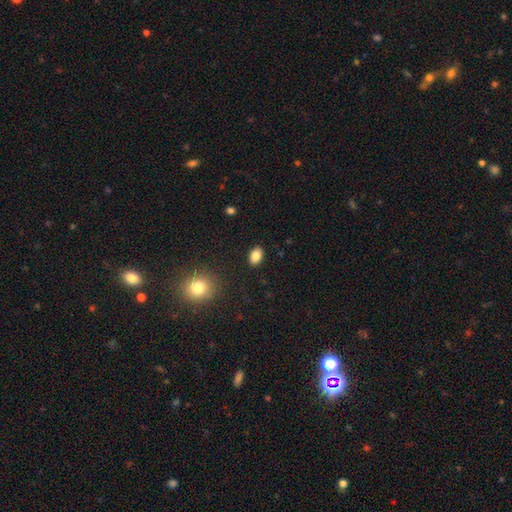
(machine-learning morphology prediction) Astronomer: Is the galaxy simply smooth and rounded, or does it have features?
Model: smooth — 85%.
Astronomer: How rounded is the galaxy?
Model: in between — 82%.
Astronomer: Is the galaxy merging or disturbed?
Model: none — 89%.